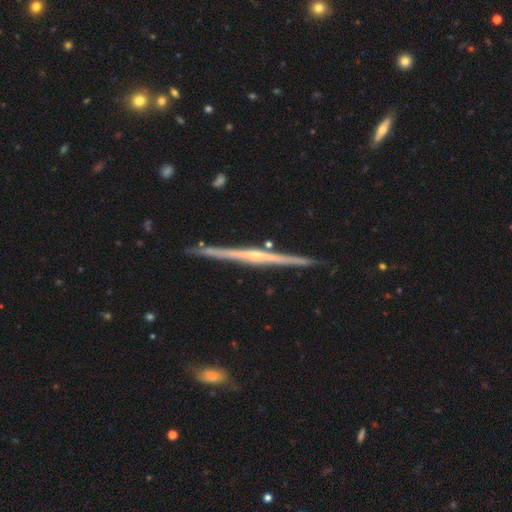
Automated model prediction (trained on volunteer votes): Smooth or featured? featured or disk (83%)
Edge-on disk? yes (98%)
Edge-on bulge? rounded (56%)
Merging? none (89%)